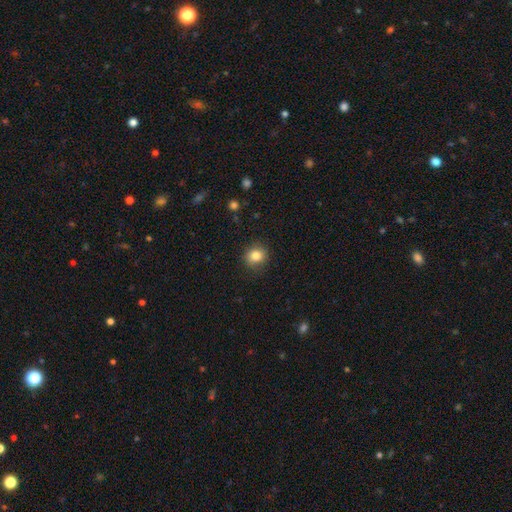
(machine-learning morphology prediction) smooth-or-featured: smooth: 83% | star or artifact: 10% | featured or disk: 6%
  how-rounded: round: 83% | in between: 16% | cigar-shaped: 1%
  merging: none: 88% | minor disturbance: 9% | major disturbance: 2% | merger: 1%